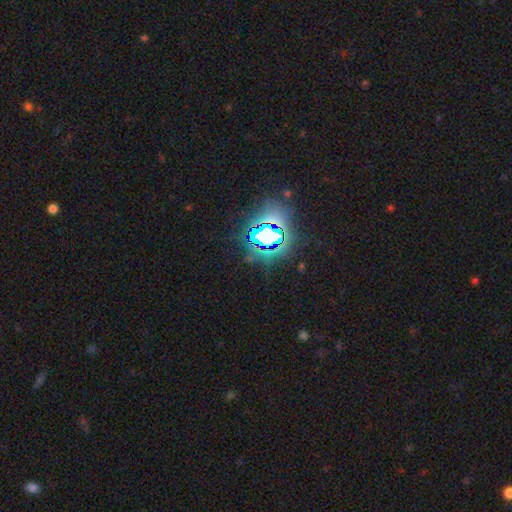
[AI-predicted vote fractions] This is clearly a star or artifact rather than a galaxy (82%).